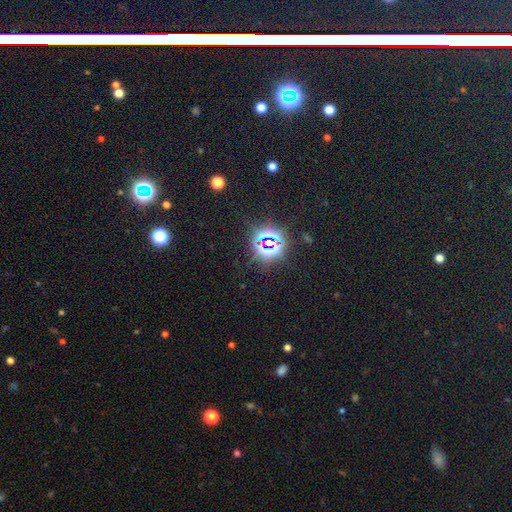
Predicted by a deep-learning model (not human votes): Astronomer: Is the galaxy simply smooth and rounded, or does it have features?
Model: star or artifact — 77%.